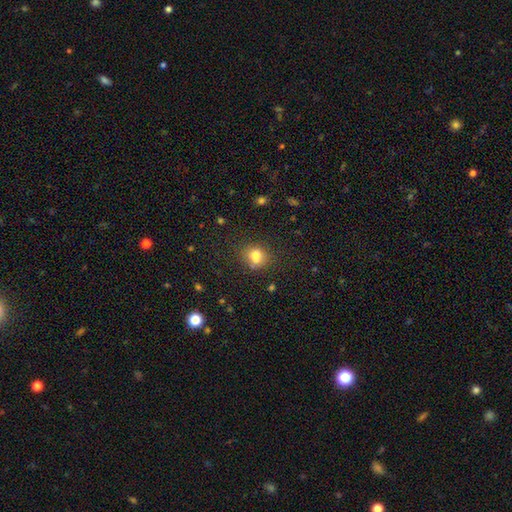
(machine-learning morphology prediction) A smooth galaxy with no disk features (74%) that is round (70%).

Vote fractions:
- Smooth or featured? smooth: 74% / star or artifact: 14% / featured or disk: 12%
- How rounded? round: 70% / in between: 29% / cigar-shaped: 1%
- Merging? none: 55% / merger: 25% / minor disturbance: 15% / major disturbance: 5%